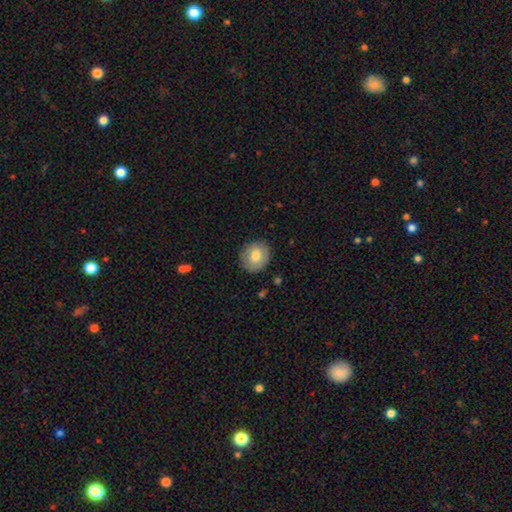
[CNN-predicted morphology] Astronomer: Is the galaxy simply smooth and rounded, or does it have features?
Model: smooth — 74%.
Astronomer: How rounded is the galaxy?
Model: round — 77%.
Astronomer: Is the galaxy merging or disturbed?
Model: none — 86%.